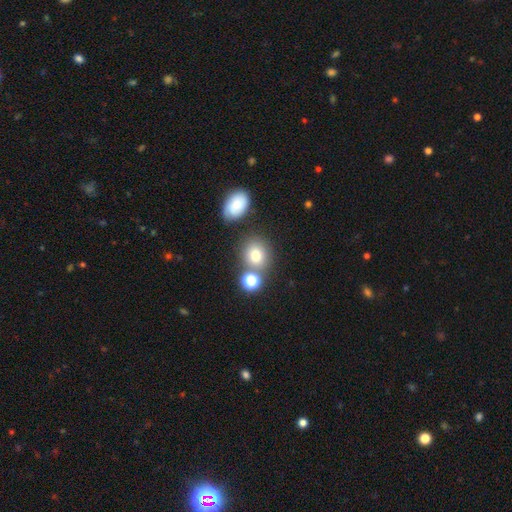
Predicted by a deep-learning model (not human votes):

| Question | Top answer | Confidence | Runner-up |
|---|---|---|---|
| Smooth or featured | smooth | 75% | star or artifact (14%) |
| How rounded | round | 71% | in between (28%) |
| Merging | none | 66% | merger (18%) |